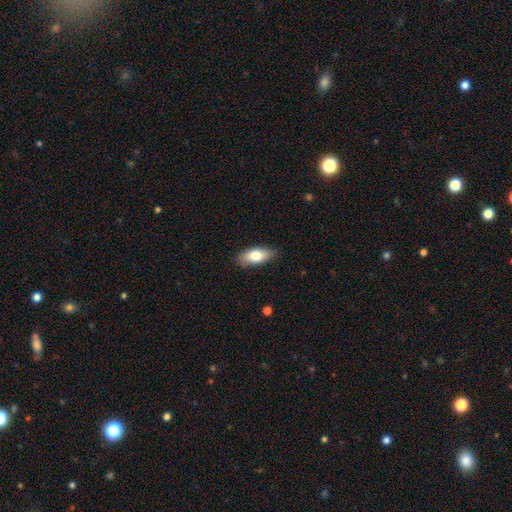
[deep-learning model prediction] Q: Smooth or featured?
A: smooth (76%); runner-up: featured or disk (17%)
Q: How rounded?
A: in between (83%); runner-up: cigar-shaped (14%)
Q: Merging?
A: none (83%); runner-up: minor disturbance (13%)